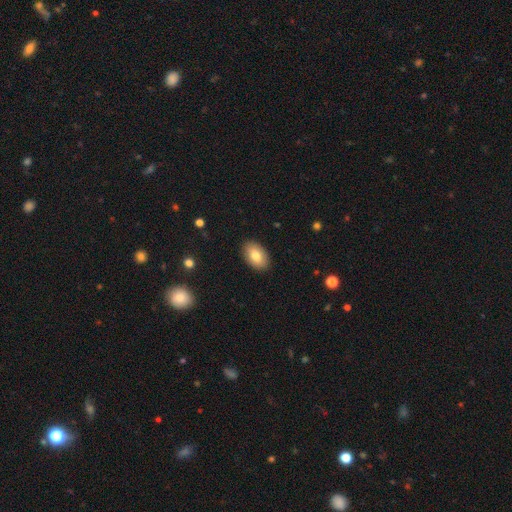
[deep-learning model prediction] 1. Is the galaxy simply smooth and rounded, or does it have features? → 79% smooth, 14% featured or disk, 7% star or artifact.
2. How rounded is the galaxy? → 92% in between, 6% round, 1% cigar-shaped.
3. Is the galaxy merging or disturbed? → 89% none, 8% minor disturbance, 2% major disturbance, 1% merger.